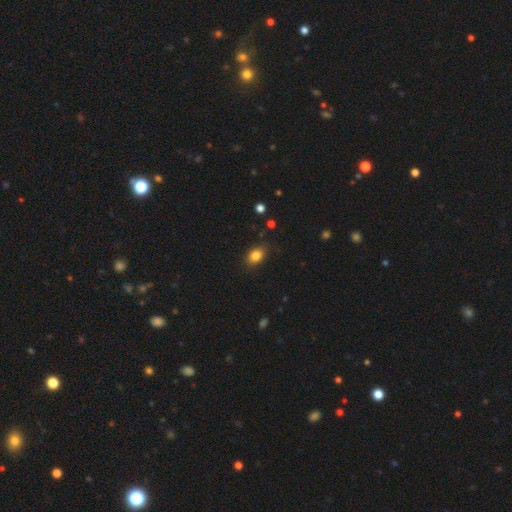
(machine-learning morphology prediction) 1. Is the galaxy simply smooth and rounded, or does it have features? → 84% smooth, 10% star or artifact, 6% featured or disk.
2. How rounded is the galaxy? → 71% in between, 27% round, 2% cigar-shaped.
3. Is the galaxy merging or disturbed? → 84% none, 12% minor disturbance, 3% major disturbance, 1% merger.